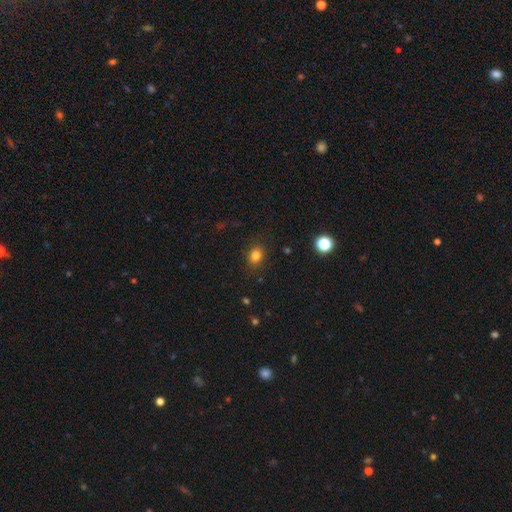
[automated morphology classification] type=smooth (81%); roundness=round (57%); merging=none (87%).